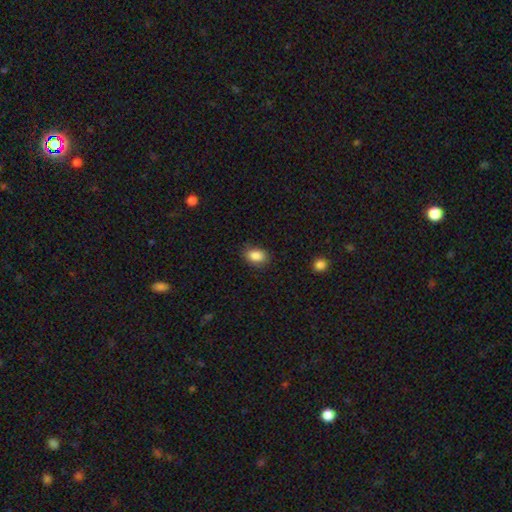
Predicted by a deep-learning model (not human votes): This appears to be a smooth galaxy with no disk features (87%) that is in between round and cigar-shaped (82%). Merging: none (84%).